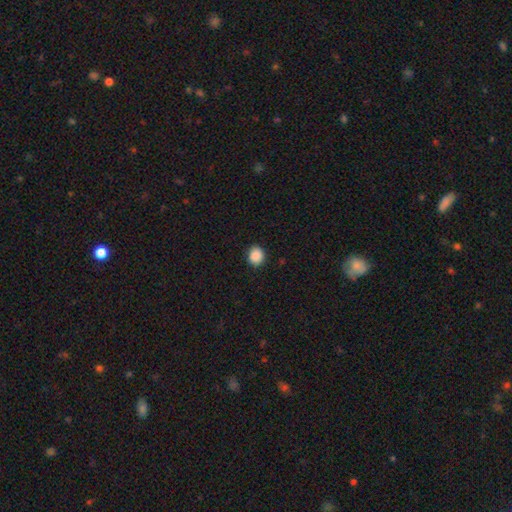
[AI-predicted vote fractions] smooth 89%, star or artifact 9%, featured or disk 3%. Down the decision tree: how rounded — round (79%); merging — none (89%).